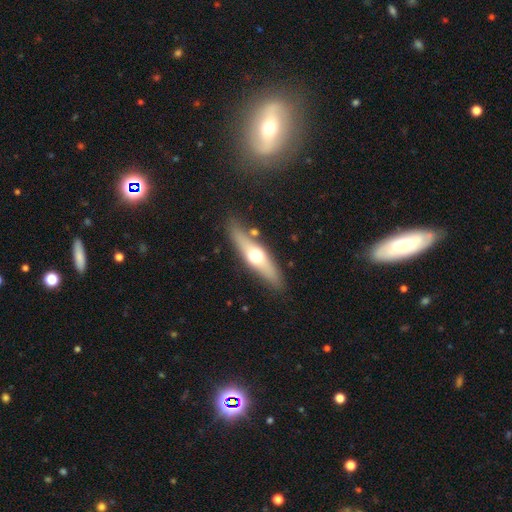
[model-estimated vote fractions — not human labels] Smooth or featured? Predicted: featured or disk (p=0.52). Edge-on disk? Predicted: yes (p=0.87). Merging? Predicted: none (p=0.83).